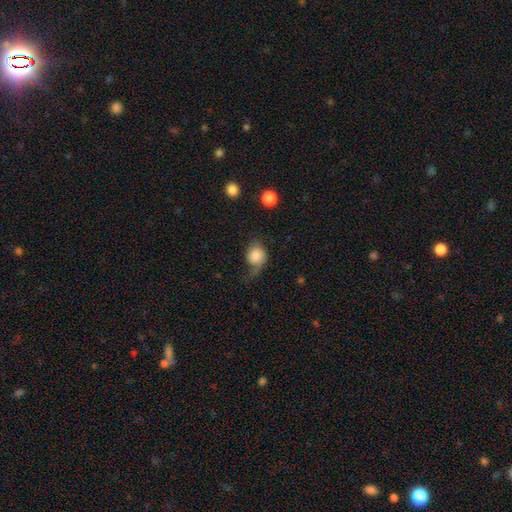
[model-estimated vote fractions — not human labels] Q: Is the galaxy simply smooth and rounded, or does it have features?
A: smooth — 71%.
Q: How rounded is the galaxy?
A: round — 62%.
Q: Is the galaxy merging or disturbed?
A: major disturbance — 33%.